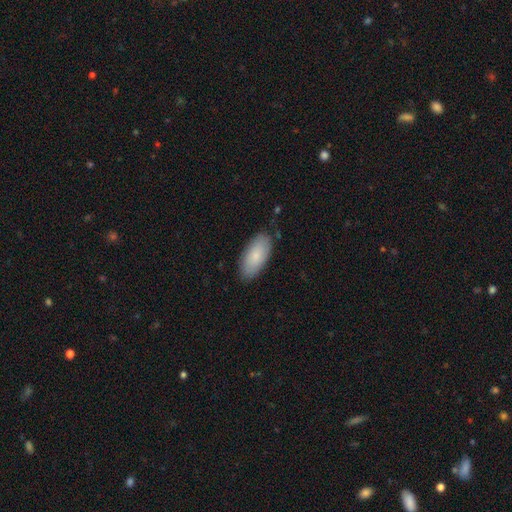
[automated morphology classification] smooth_or_featured: smooth (p=0.83) [alt: featured or disk p=0.11]
how_rounded: in between (p=0.91) [alt: cigar-shaped p=0.08]
merging: none (p=0.82) [alt: minor disturbance p=0.14]